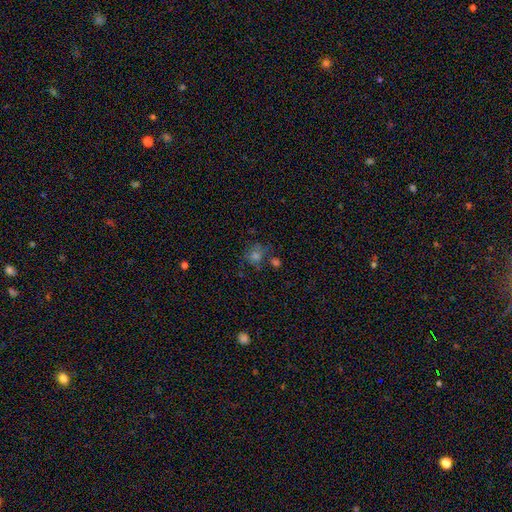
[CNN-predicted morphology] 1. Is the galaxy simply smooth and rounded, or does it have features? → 49% smooth, 29% star or artifact, 22% featured or disk.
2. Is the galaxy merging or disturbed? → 60% none, 17% minor disturbance, 12% merger, 10% major disturbance.